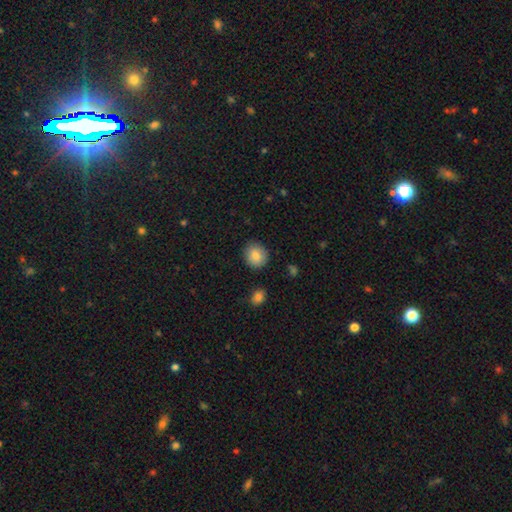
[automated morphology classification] Smooth or featured: smooth — 85% (star or artifact — 8%)
How rounded: round — 77% (in between — 22%)
Merging: none — 87% (minor disturbance — 9%)